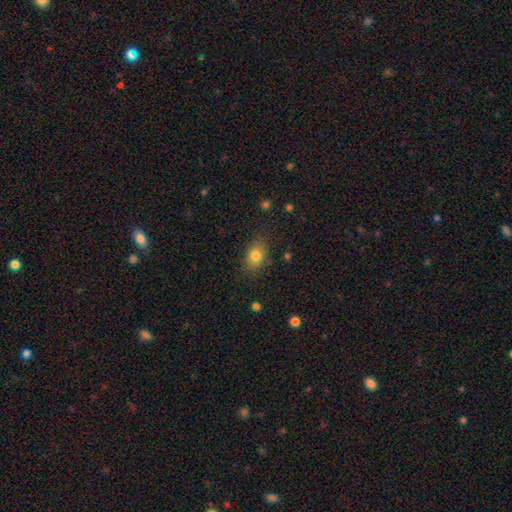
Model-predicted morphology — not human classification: A smooth galaxy with no disk features (81%) that is in between round and cigar-shaped (73%).

Vote fractions:
- Smooth or featured? smooth: 81% / star or artifact: 10% / featured or disk: 9%
- How rounded? in between: 73% / round: 25% / cigar-shaped: 2%
- Merging? none: 81% / minor disturbance: 14% / major disturbance: 4% / merger: 1%